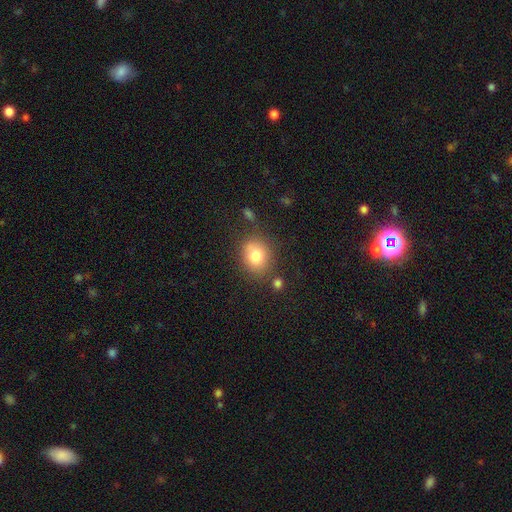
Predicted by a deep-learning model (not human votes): Smooth or featured? smooth (80%)
How rounded? round (63%)
Merging? none (73%)